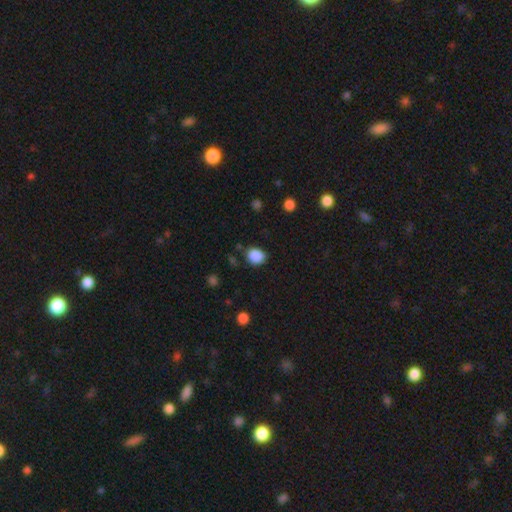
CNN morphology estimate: The model was most divided on "how rounded": round: 66%, in between: 33%, cigar-shaped: 1%. More confident: smooth or featured — smooth (87%); merging — none (82%).